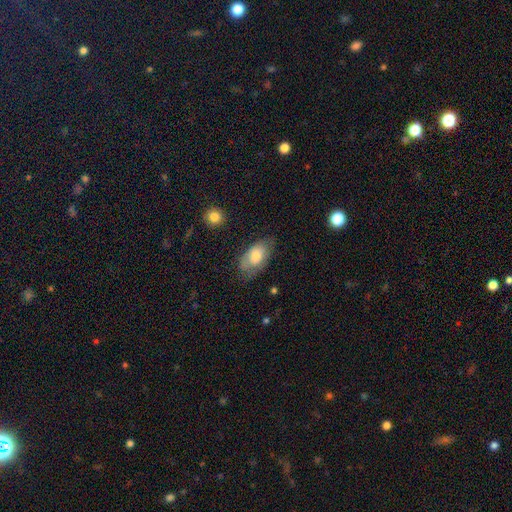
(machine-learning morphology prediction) smooth 70%, featured or disk 23%, star or artifact 7%. Down the decision tree: how rounded — in between (93%); merging — none (62%).